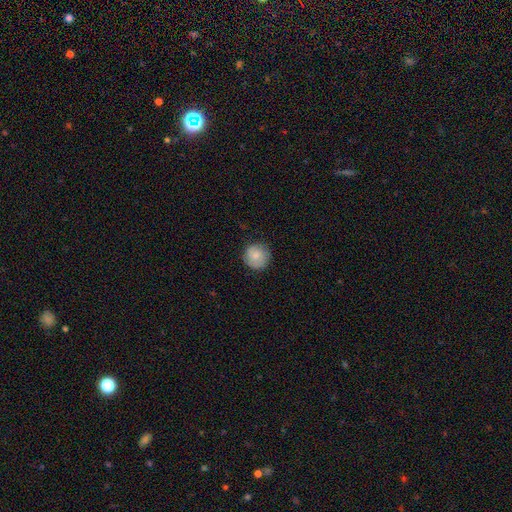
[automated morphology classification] The model was most divided on "smooth or featured": smooth: 79%, featured or disk: 14%, star or artifact: 7%. More confident: how rounded — round (94%); merging — none (85%).